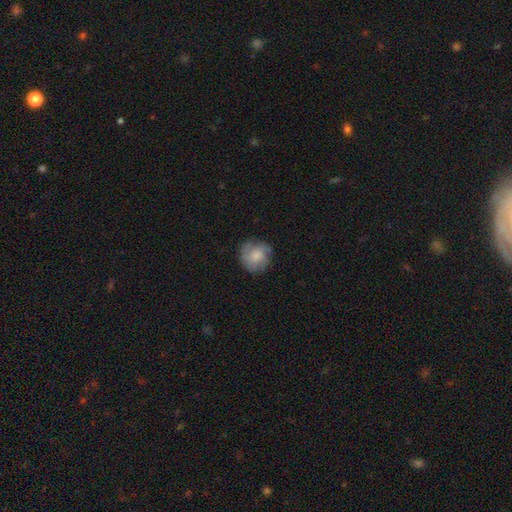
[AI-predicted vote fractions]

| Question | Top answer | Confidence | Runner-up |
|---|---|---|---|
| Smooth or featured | smooth | 61% | featured or disk (32%) |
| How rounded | round | 87% | in between (12%) |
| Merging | none | 73% | minor disturbance (19%) |